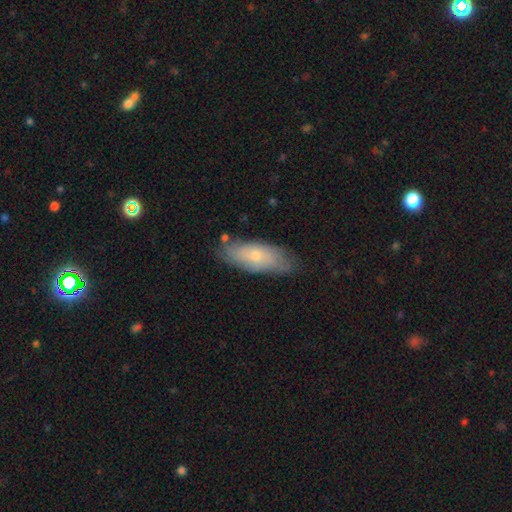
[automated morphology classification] type=smooth (57%); roundness=in between (75%); merging=none (72%).